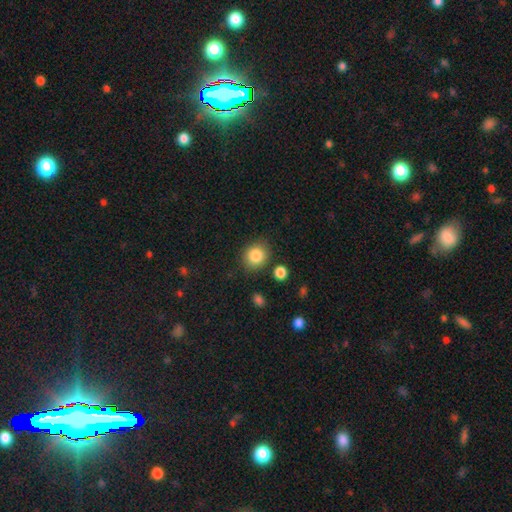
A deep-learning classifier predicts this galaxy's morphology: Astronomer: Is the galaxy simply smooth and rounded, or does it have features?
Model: smooth — 85%.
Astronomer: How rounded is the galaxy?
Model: round — 76%.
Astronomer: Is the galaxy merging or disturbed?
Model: none — 82%.